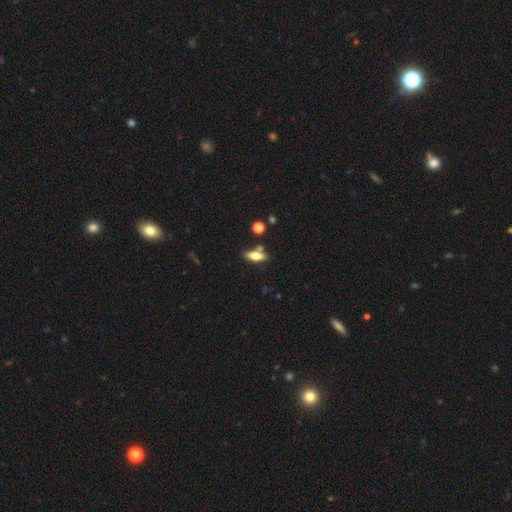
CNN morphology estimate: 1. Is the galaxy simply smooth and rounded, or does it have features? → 58% smooth, 34% featured or disk, 8% star or artifact.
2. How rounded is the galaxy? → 57% in between, 39% cigar-shaped, 4% round.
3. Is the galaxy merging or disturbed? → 73% none, 12% minor disturbance, 11% merger, 4% major disturbance.